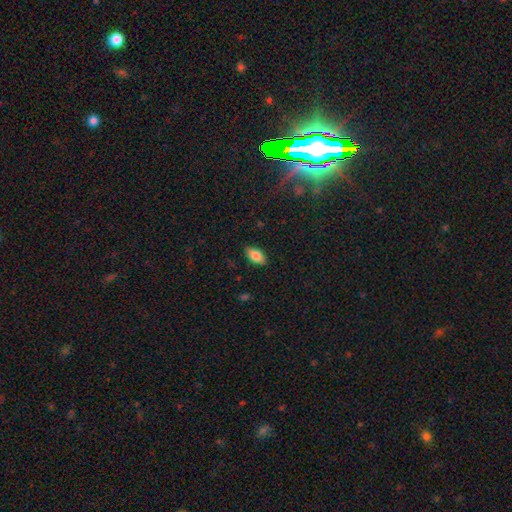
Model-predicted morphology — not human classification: smooth-or-featured: smooth: 82% | featured or disk: 11% | star or artifact: 7%
  how-rounded: in between: 91% | cigar-shaped: 6% | round: 3%
  merging: none: 87% | minor disturbance: 10% | major disturbance: 2% | merger: 1%